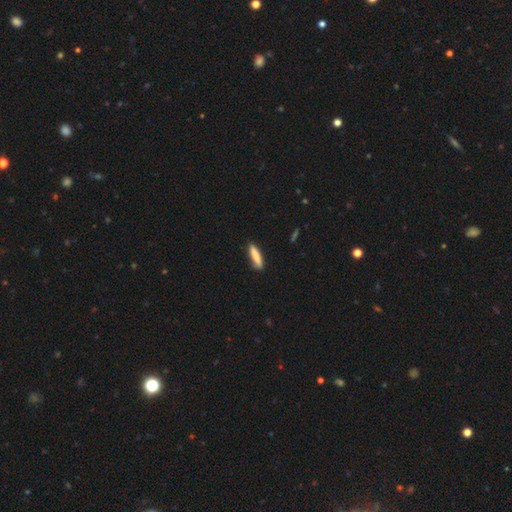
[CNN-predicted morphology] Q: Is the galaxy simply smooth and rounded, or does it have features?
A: smooth — 81%.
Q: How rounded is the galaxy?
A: cigar-shaped — 82%.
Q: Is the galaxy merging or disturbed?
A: none — 85%.